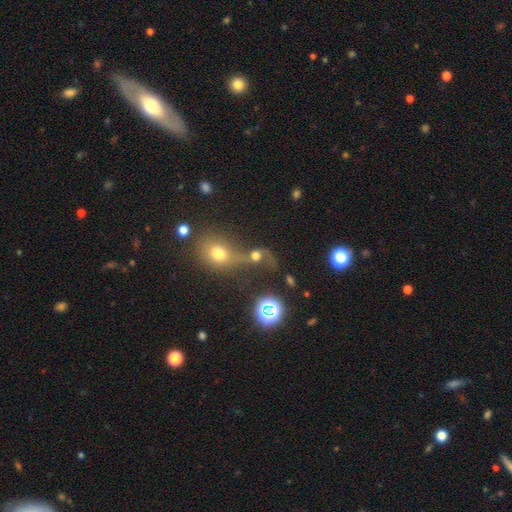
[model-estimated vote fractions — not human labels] Q: Smooth or featured?
A: smooth (50%); runner-up: featured or disk (25%)
Q: How rounded?
A: round (62%); runner-up: in between (35%)
Q: Merging?
A: merger (62%); runner-up: none (19%)